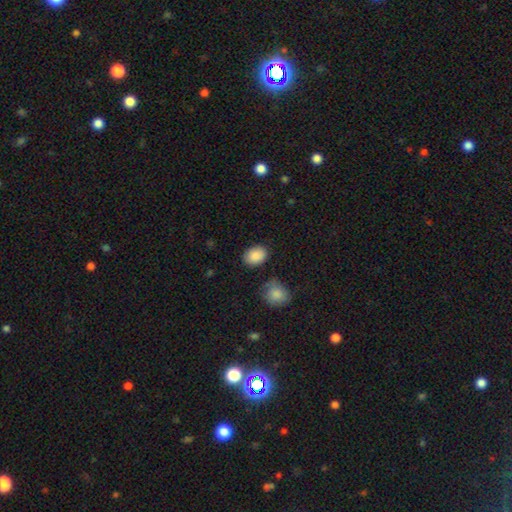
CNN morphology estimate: Smooth or featured? smooth (88%)
How rounded? in between (62%)
Merging? none (82%)